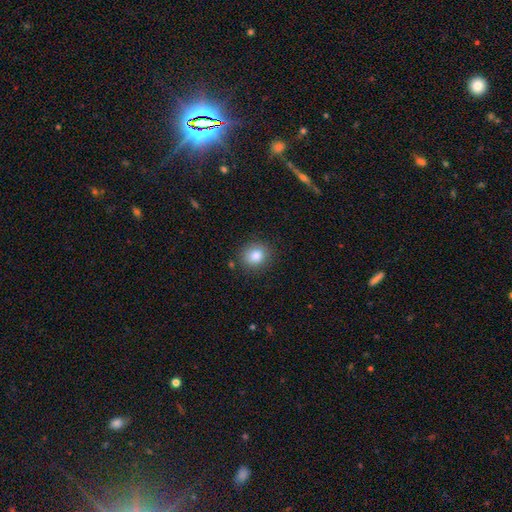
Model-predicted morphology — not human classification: The model was most divided on "how rounded": round: 74%, in between: 25%, cigar-shaped: 1%. More confident: merging — none (86%); smooth or featured — smooth (84%).